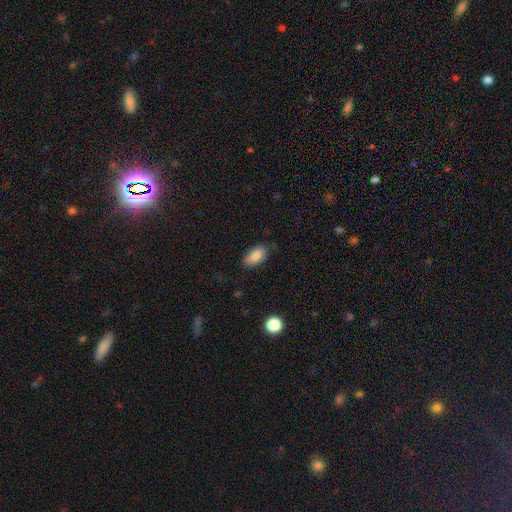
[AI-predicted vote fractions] Overall: smooth (82%). How rounded: in between (93%). Merging: none (76%).